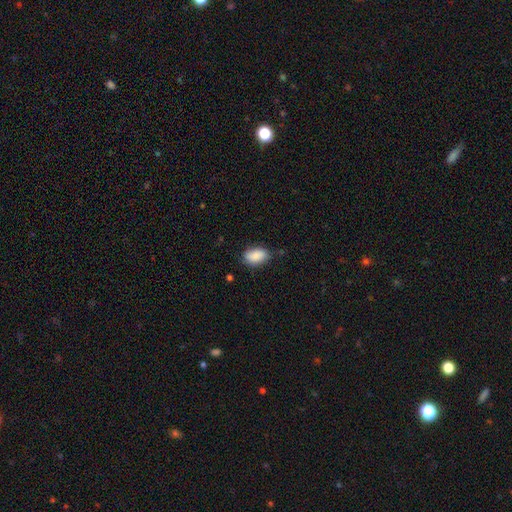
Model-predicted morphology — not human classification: Smooth or featured? smooth (85%)
How rounded? in between (91%)
Merging? none (74%)